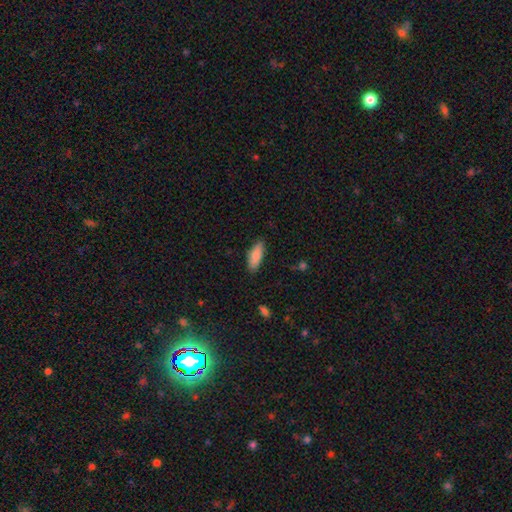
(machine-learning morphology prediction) Smooth or featured? Predicted: smooth (p=0.85). How rounded? Predicted: in between (p=0.65). Merging? Predicted: none (p=0.85).